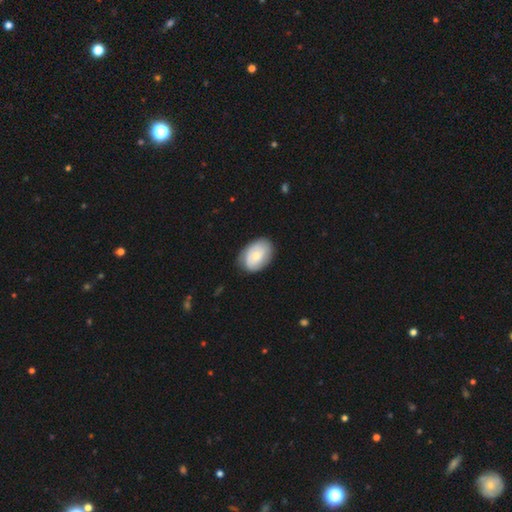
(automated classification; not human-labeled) Smooth or featured? smooth (61%)
How rounded? in between (82%)
Merging? none (76%)